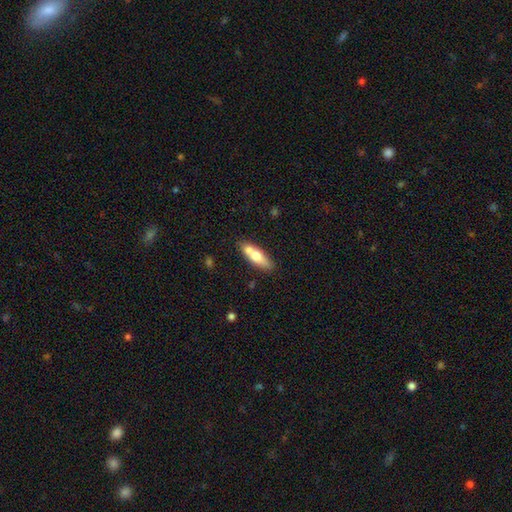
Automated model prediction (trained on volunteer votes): A smooth galaxy with no disk features (63%) that is in between round and cigar-shaped (53%). Merging: none (55%).